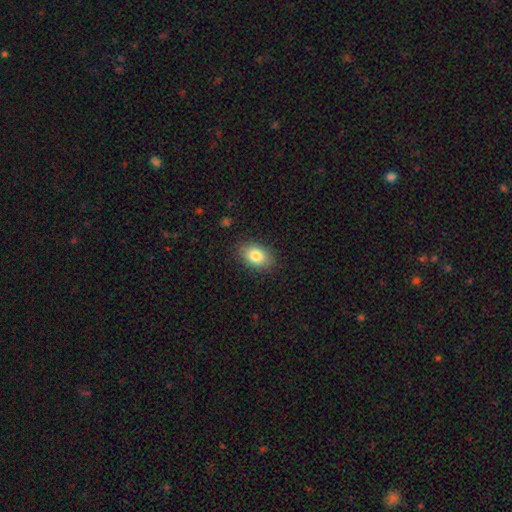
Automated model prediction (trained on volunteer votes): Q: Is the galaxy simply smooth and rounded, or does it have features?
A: smooth — 82%.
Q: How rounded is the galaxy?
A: in between — 84%.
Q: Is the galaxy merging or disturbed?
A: none — 87%.